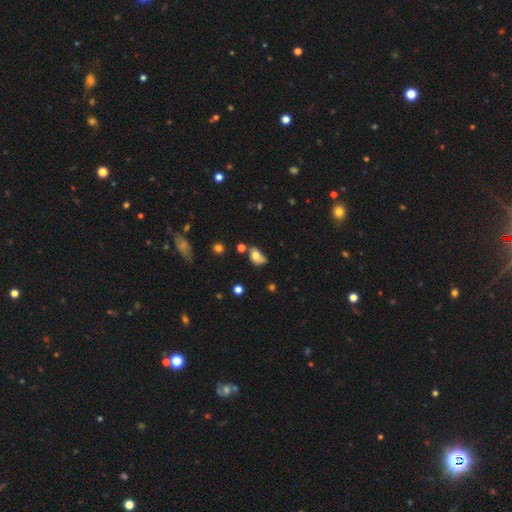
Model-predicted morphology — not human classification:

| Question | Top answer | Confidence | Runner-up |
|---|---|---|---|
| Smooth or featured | smooth | 70% | featured or disk (20%) |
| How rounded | in between | 82% | round (16%) |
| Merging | none | 37% | minor disturbance (35%) |